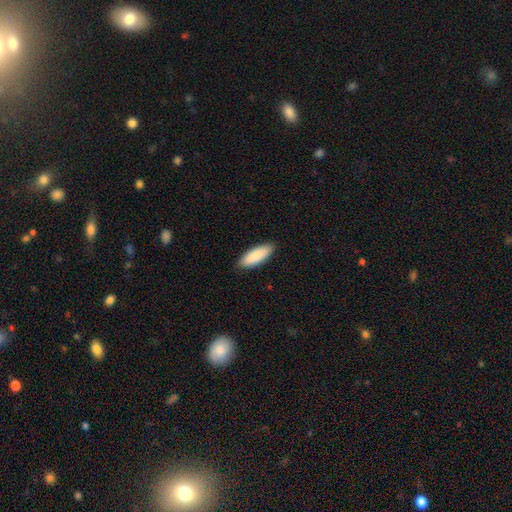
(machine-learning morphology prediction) smooth-or-featured: smooth: 88% | featured or disk: 6% | star or artifact: 5%
  how-rounded: in between: 68% | cigar-shaped: 31% | round: 1%
  merging: none: 88% | minor disturbance: 9% | major disturbance: 2% | merger: 1%